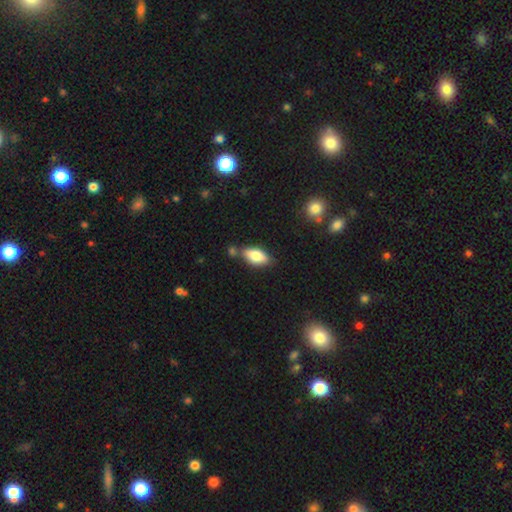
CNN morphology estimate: type=smooth (80%); roundness=in between (88%); merging=none (65%).